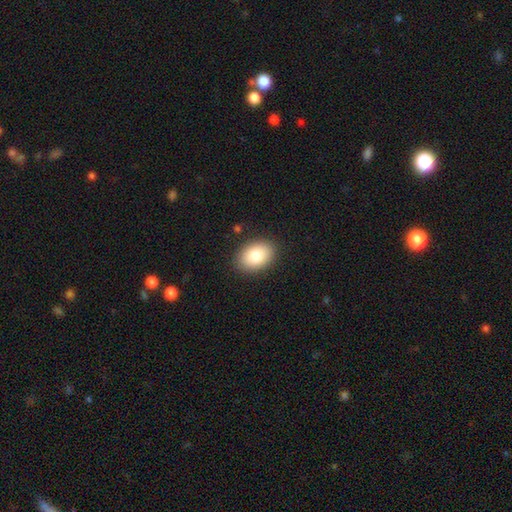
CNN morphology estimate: The model was most divided on "how rounded": in between: 81%, round: 18%, cigar-shaped: 1%. More confident: merging — none (88%); smooth or featured — smooth (83%).